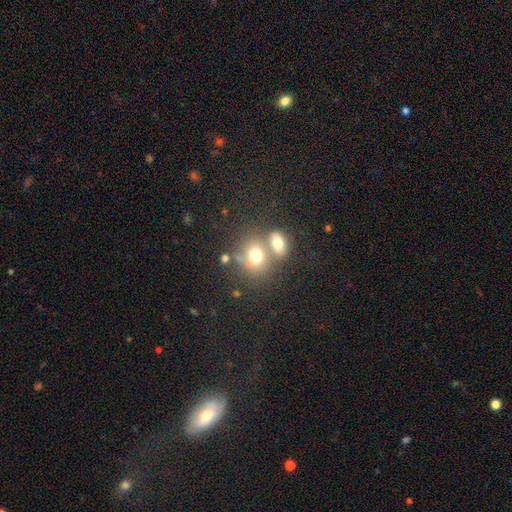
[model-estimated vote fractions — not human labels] smooth_or_featured: smooth (p=0.70) [alt: featured or disk p=0.16]
how_rounded: round (p=0.57) [alt: in between p=0.42]
merging: merger (p=0.48) [alt: none p=0.37]